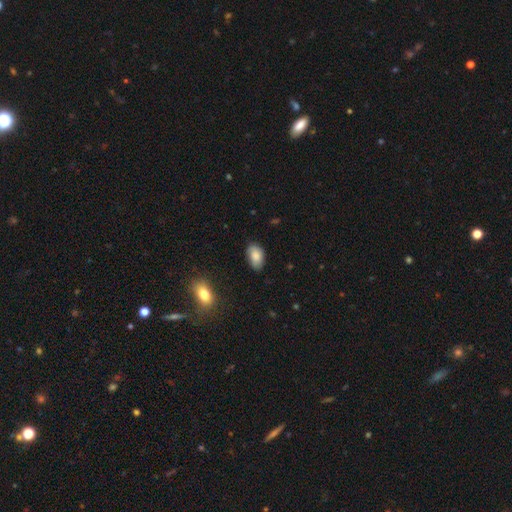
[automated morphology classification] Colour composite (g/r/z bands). It shows a smooth galaxy with no disk features (85%) that is in between round and cigar-shaped (92%). Merging: none (78%).